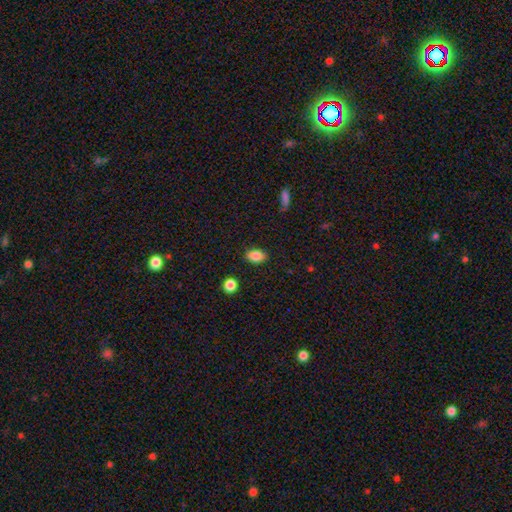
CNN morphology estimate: This appears to be a smooth galaxy with no disk features (86%) that is in between round and cigar-shaped (86%). Merging: none (87%).